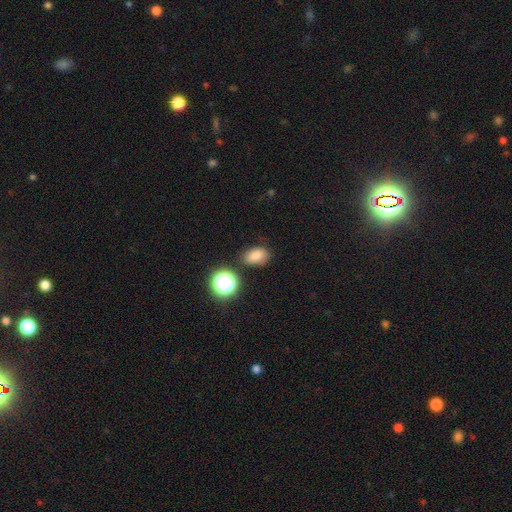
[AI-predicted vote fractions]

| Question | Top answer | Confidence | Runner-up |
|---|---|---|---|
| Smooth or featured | smooth | 79% | star or artifact (14%) |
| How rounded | in between | 80% | round (18%) |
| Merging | none | 77% | minor disturbance (15%) |